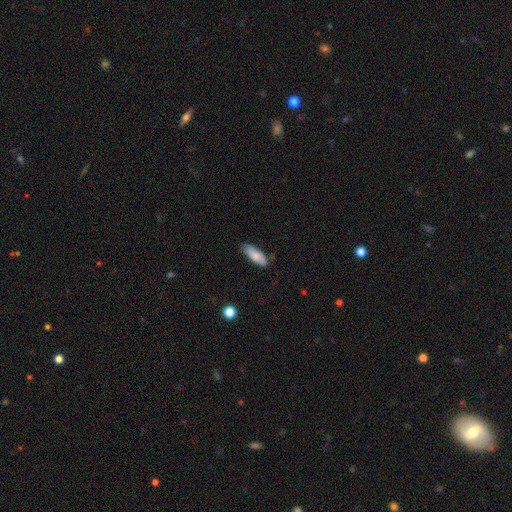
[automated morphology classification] Overall: smooth (82%). How rounded: in between (65%; cigar-shaped 34%). Merging: none (79%).